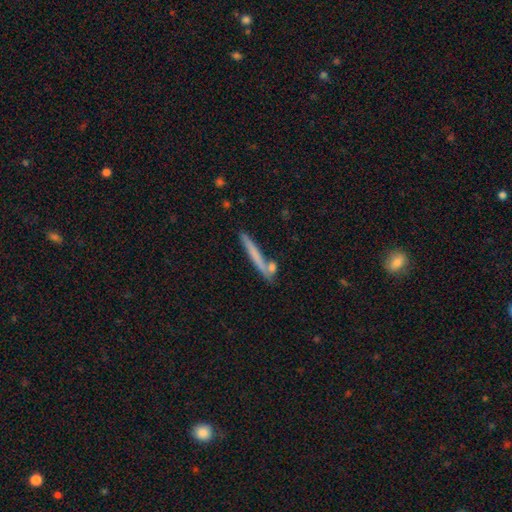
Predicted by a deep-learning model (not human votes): Q: Smooth or featured?
A: smooth (59%); runner-up: featured or disk (34%)
Q: How rounded?
A: cigar-shaped (96%); runner-up: in between (3%)
Q: Merging?
A: none (75%); runner-up: merger (11%)